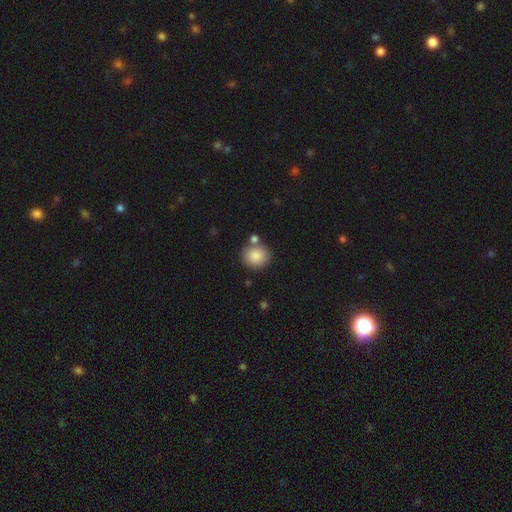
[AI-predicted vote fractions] Smooth or featured? smooth (86%)
How rounded? round (84%)
Merging? none (72%)